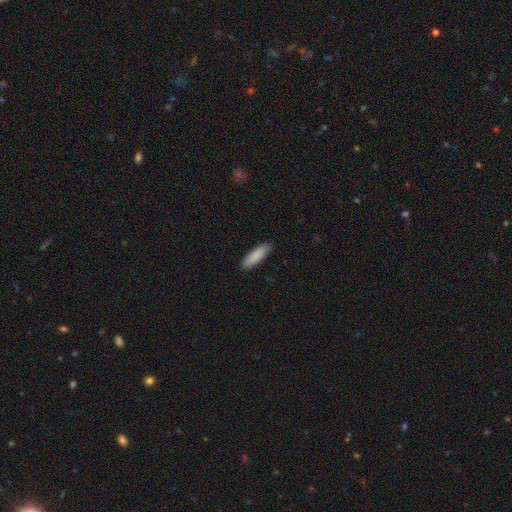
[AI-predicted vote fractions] A smooth galaxy with no disk features (89%) that is cigar-shaped (62%).

Vote fractions:
- Smooth or featured? smooth: 89% / featured or disk: 6% / star or artifact: 6%
- How rounded? cigar-shaped: 62% / in between: 37% / round: 1%
- Merging? none: 89% / minor disturbance: 8% / major disturbance: 2% / merger: 1%